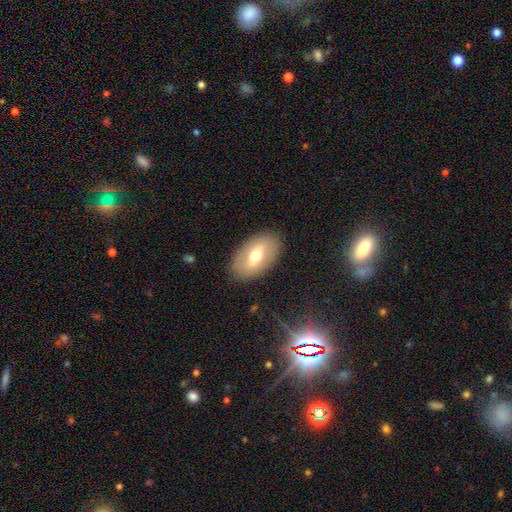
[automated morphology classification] Smooth or featured: smooth — 49% (featured or disk — 44%)
Merging: none — 86% (minor disturbance — 10%)